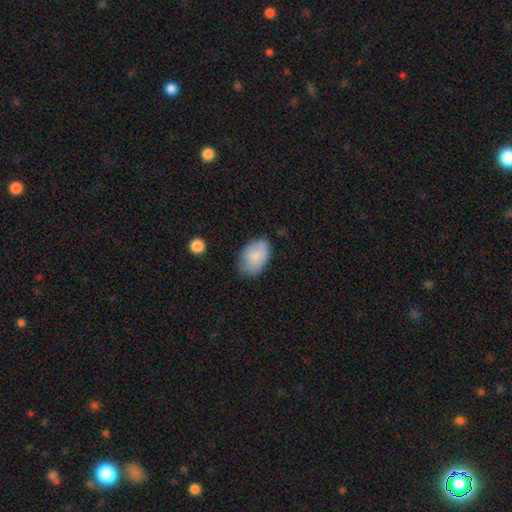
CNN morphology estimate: smooth 83%, featured or disk 10%, star or artifact 6%. Down the decision tree: how rounded — in between (89%); merging — none (71%).